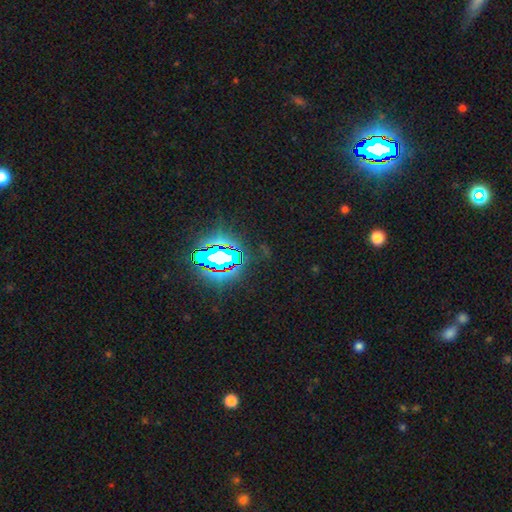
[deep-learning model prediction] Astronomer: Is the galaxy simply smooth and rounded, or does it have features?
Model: star or artifact — 83%.